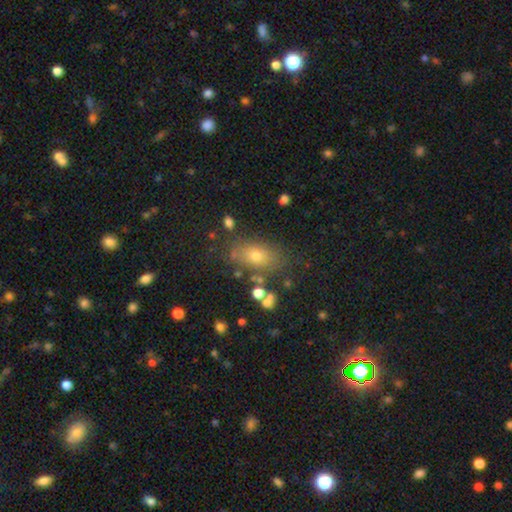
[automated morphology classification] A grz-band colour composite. It shows a smooth galaxy with no disk features (66%) that is in between round and cigar-shaped (79%). Merging: none (75%).